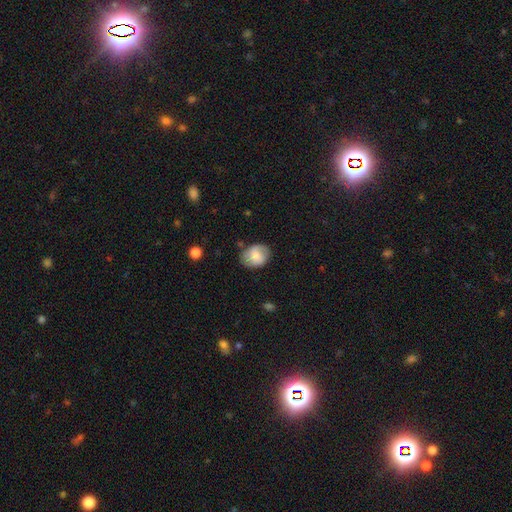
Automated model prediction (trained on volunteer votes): Morphology: type=smooth (70%); roundness=in between (51%); merging=none (73%).